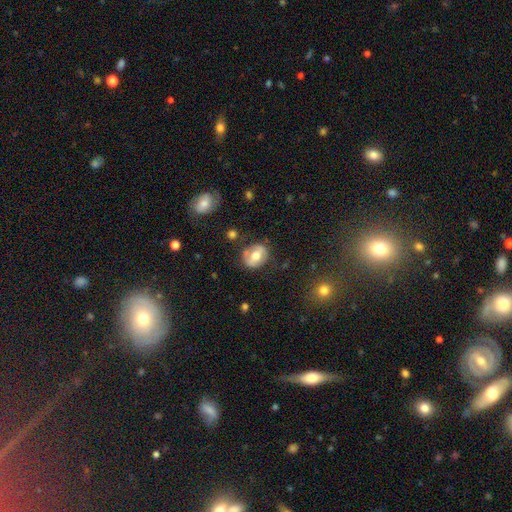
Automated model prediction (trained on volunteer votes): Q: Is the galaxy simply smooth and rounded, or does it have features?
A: smooth — 49%.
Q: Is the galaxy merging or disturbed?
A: none — 73%.